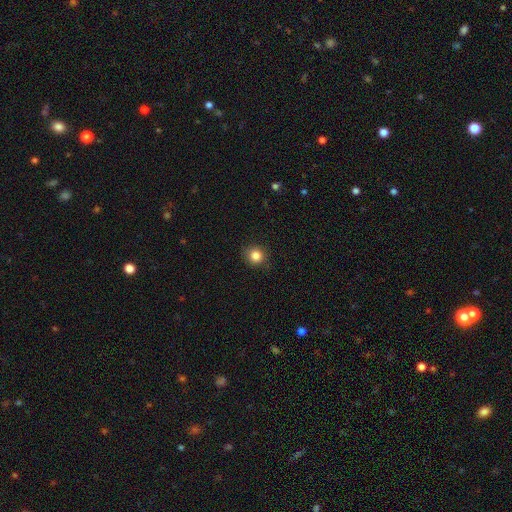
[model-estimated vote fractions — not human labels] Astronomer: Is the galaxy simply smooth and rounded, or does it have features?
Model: smooth — 84%.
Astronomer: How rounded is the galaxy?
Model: round — 88%.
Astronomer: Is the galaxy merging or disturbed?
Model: none — 88%.